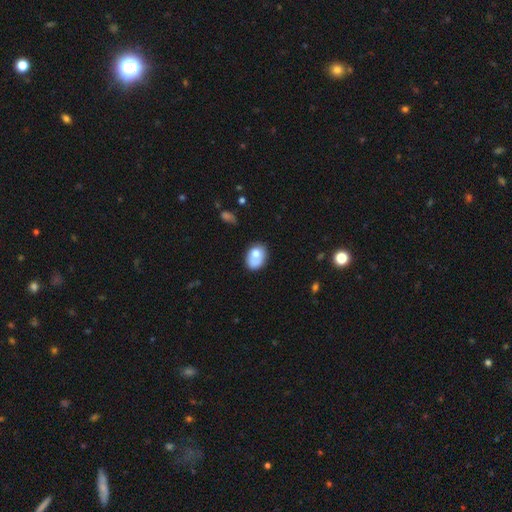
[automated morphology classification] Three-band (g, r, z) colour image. It shows a smooth galaxy with no disk features (72%) that is in between round and cigar-shaped (71%). Merging: none (48%).